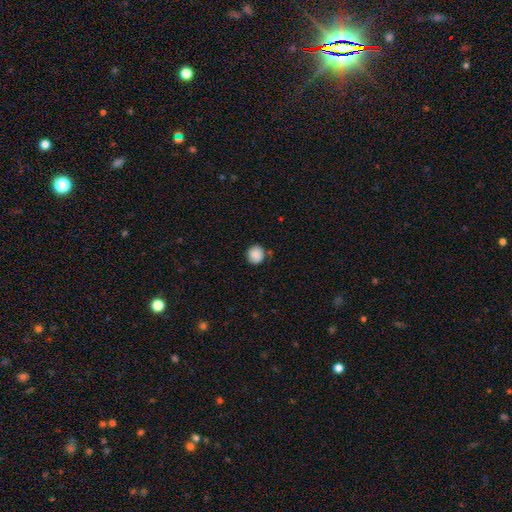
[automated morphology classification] Overall: smooth (87%). How rounded: round (89%). Merging: none (81%).